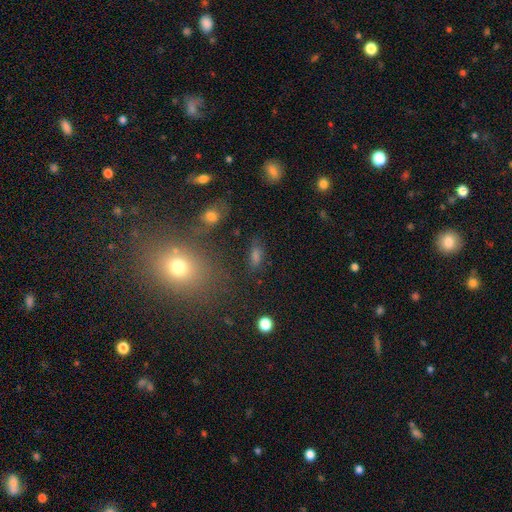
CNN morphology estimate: smooth 64%, star or artifact 24%, featured or disk 12%. Down the decision tree: how rounded — in between (72%); merging — none (75%).